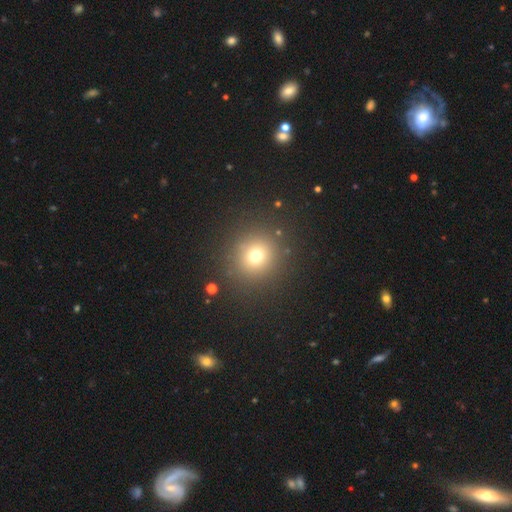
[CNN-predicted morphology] smooth 70%, star or artifact 20%, featured or disk 10%. Down the decision tree: how rounded — round (91%); merging — none (88%).